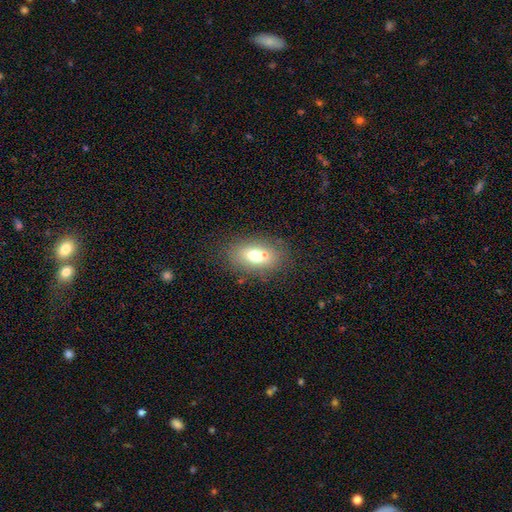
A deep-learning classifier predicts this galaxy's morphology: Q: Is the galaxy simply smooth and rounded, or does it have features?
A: smooth — 67%.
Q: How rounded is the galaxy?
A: in between — 78%.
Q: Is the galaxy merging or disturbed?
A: none — 66%.